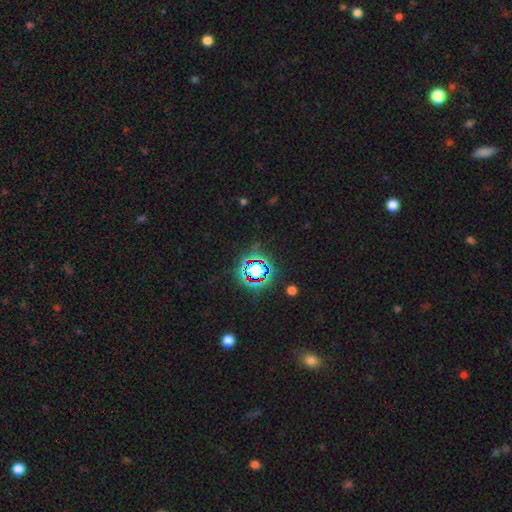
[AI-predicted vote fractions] A star or artifact, not a galaxy (79%).

Vote fractions:
- Smooth or featured? star or artifact: 79% / smooth: 13% / featured or disk: 8%